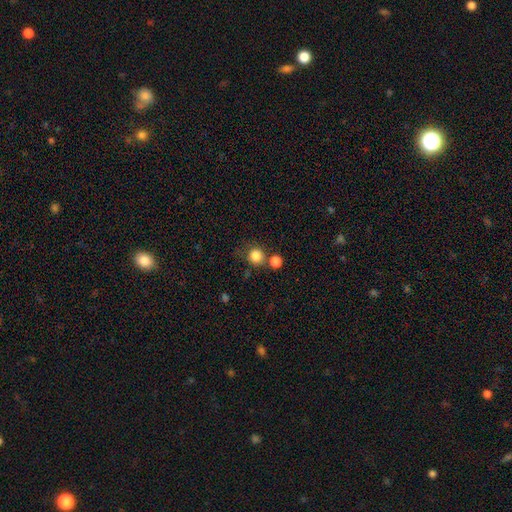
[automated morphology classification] Smooth or featured? Predicted: smooth (p=0.84). How rounded? Predicted: round (p=0.91). Merging? Predicted: none (p=0.69).